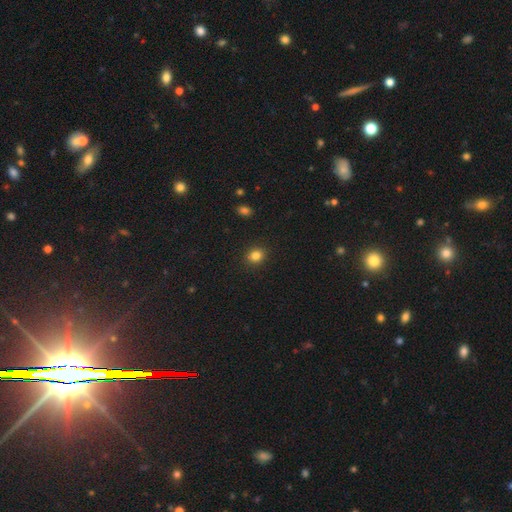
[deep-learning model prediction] Smooth or featured: smooth — 83% (star or artifact — 12%)
How rounded: round — 68% (in between — 31%)
Merging: none — 90% (minor disturbance — 6%)